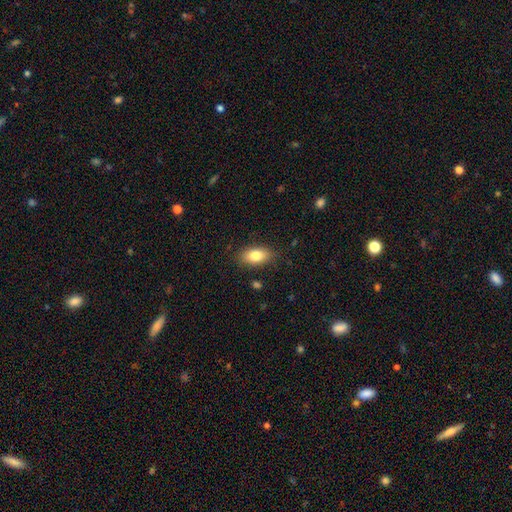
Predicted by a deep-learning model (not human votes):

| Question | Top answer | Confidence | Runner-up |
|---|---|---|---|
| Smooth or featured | smooth | 81% | featured or disk (12%) |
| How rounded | in between | 90% | round (6%) |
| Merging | none | 85% | minor disturbance (12%) |